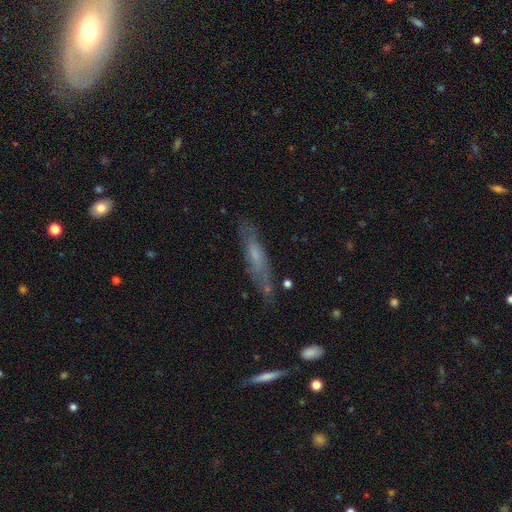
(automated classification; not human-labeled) This is possibly a featured or disk galaxy (47%). Merging: likely none (69%).